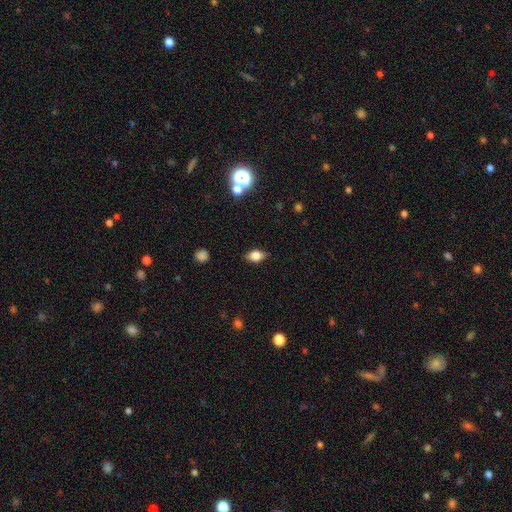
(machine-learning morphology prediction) smooth_or_featured: smooth (p=0.73) [alt: featured or disk p=0.16]
how_rounded: in between (p=0.81) [alt: round p=0.14]
merging: none (p=0.84) [alt: minor disturbance p=0.12]